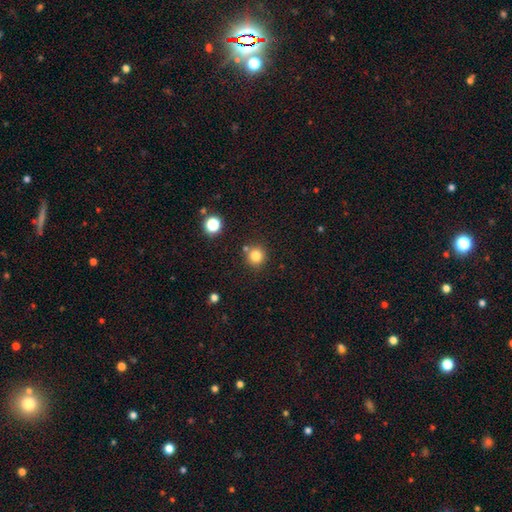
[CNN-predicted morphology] Smooth or featured: smooth — 81% (star or artifact — 13%)
How rounded: round — 93% (in between — 6%)
Merging: none — 81% (merger — 9%)